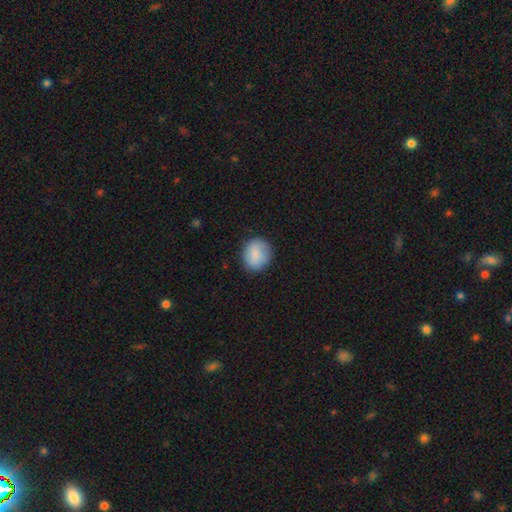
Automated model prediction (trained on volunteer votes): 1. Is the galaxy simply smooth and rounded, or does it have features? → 87% smooth, 7% featured or disk, 7% star or artifact.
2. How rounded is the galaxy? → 78% round, 21% in between, 1% cigar-shaped.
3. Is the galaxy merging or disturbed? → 84% none, 12% minor disturbance, 3% major disturbance, 1% merger.